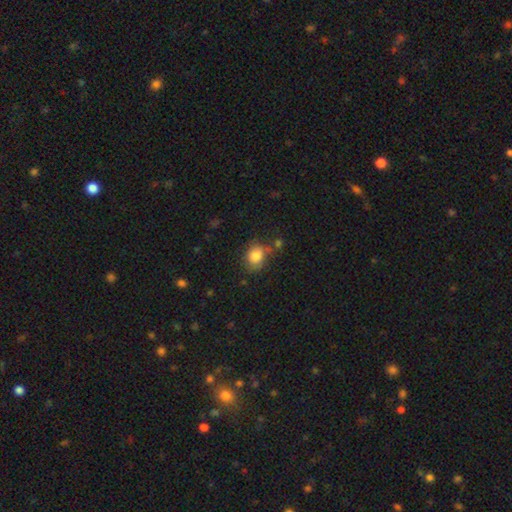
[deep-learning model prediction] Morphology: type=smooth (83%); roundness=round (58%); merging=none (64%).